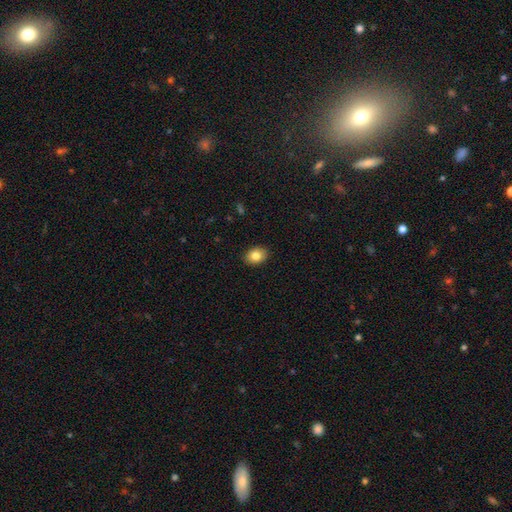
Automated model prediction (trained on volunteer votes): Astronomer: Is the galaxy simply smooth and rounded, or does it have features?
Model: smooth — 83%.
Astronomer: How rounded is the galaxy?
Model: in between — 66%.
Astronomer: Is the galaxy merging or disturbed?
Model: none — 90%.